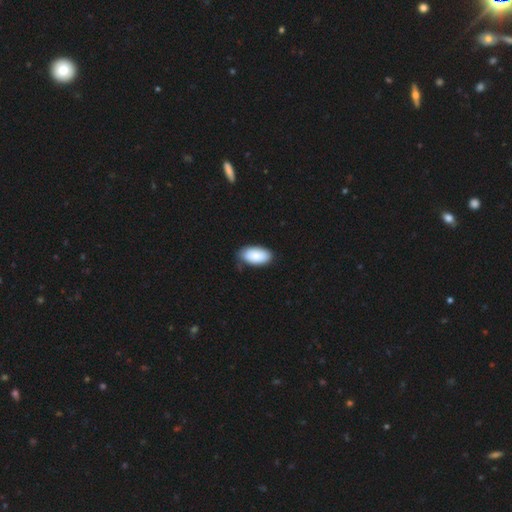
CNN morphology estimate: type=smooth (88%); roundness=in between (95%); merging=none (75%).